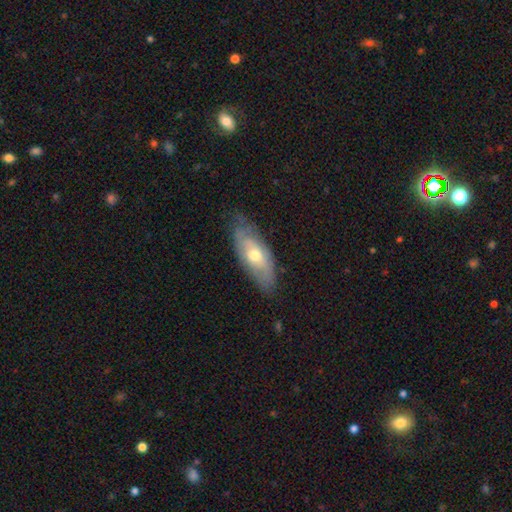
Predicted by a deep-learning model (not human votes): Smooth or featured: smooth — 50% (featured or disk — 44%)
How rounded: in between — 79% (cigar-shaped — 18%)
Merging: none — 69% (minor disturbance — 24%)